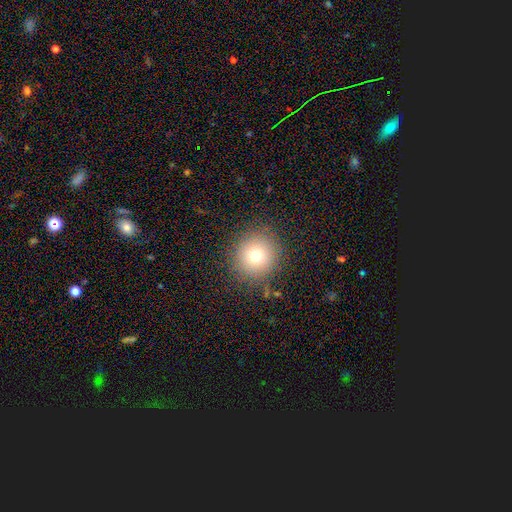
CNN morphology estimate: A smooth galaxy with no disk features (72%) that is round (93%).

Vote fractions:
- Smooth or featured? smooth: 72% / star or artifact: 16% / featured or disk: 12%
- How rounded? round: 93% / in between: 6% / cigar-shaped: 1%
- Merging? none: 86% / minor disturbance: 8% / major disturbance: 4% / merger: 1%